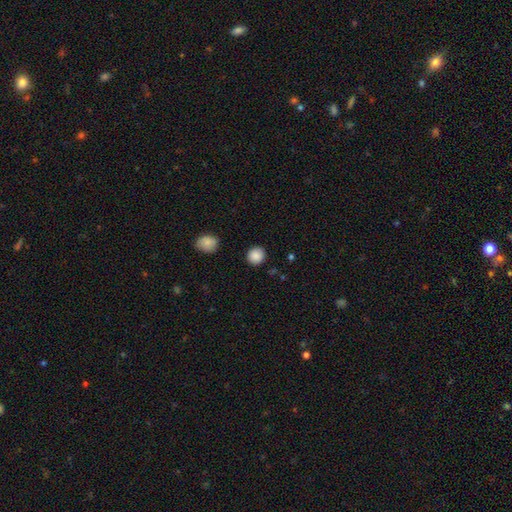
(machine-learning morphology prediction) Overall: smooth (88%). How rounded: round (90%). Merging: none (89%).